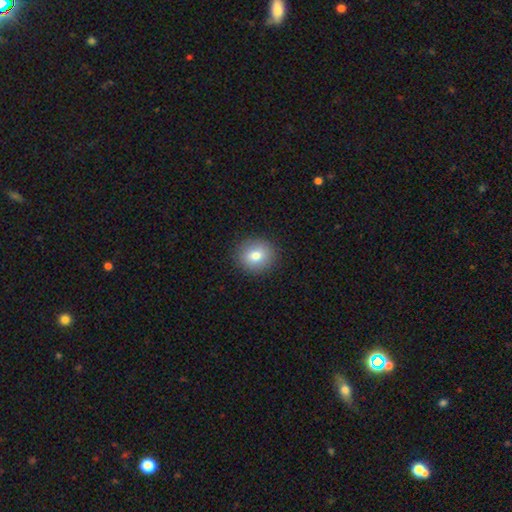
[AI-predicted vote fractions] A smooth galaxy with no disk features (79%) that is round (78%).

Vote fractions:
- Smooth or featured? smooth: 79% / featured or disk: 11% / star or artifact: 10%
- How rounded? round: 78% / in between: 21% / cigar-shaped: 1%
- Merging? none: 90% / minor disturbance: 7% / major disturbance: 2% / merger: 1%